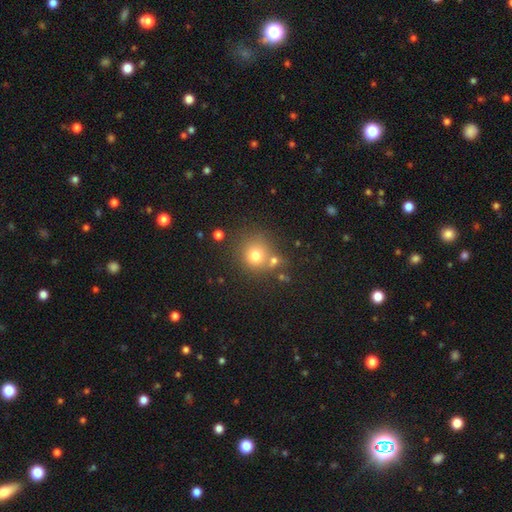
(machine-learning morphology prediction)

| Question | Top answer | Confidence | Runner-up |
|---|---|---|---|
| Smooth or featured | smooth | 74% | star or artifact (14%) |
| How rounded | round | 88% | in between (11%) |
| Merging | none | 62% | merger (21%) |